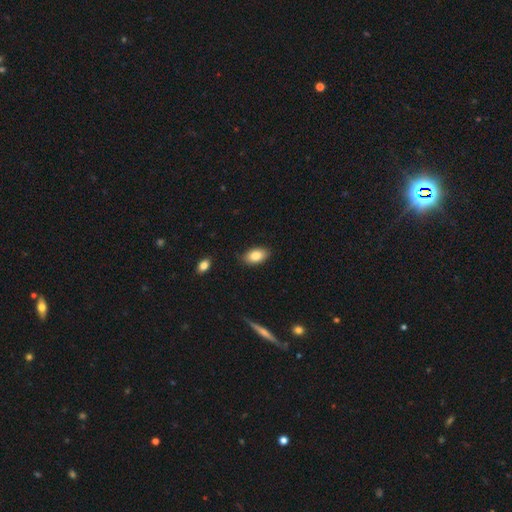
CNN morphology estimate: Smooth or featured? Predicted: smooth (p=0.83). How rounded? Predicted: in between (p=0.92). Merging? Predicted: none (p=0.85).